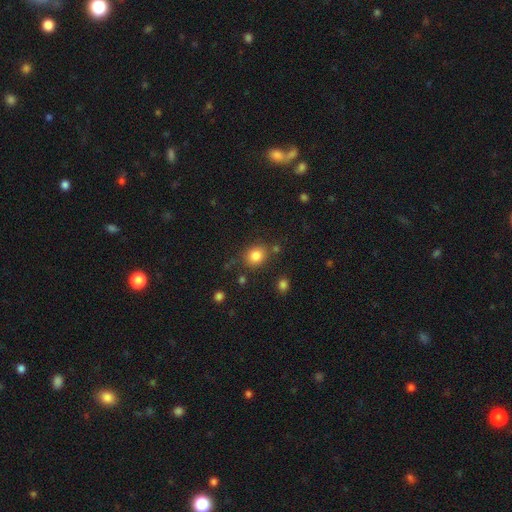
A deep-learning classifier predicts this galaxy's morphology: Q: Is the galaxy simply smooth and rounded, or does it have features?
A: smooth — 83%.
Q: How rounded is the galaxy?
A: round — 68%.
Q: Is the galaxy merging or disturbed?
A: none — 77%.